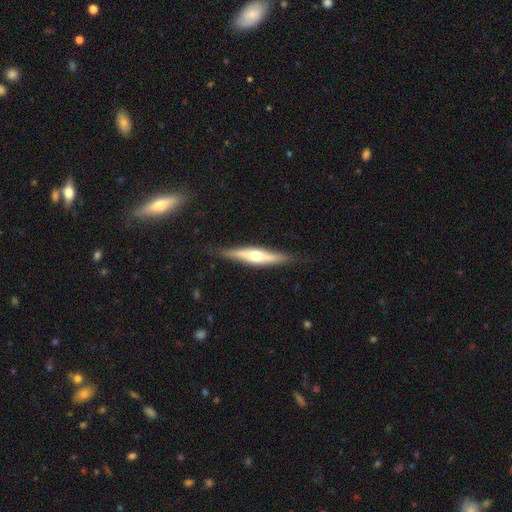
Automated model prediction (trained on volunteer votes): featured or disk 60%, smooth 34%, star or artifact 5%. Down the decision tree: edge-on disk — yes (92%); edge-on bulge — rounded (89%); merging — none (83%).